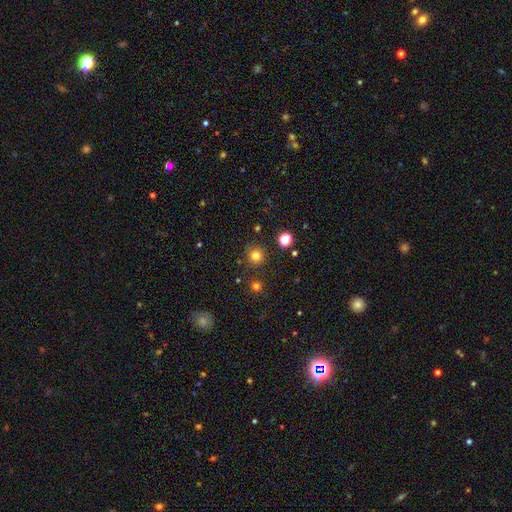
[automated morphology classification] Overall: smooth (79%). How rounded: round (92%). Merging: none (86%).